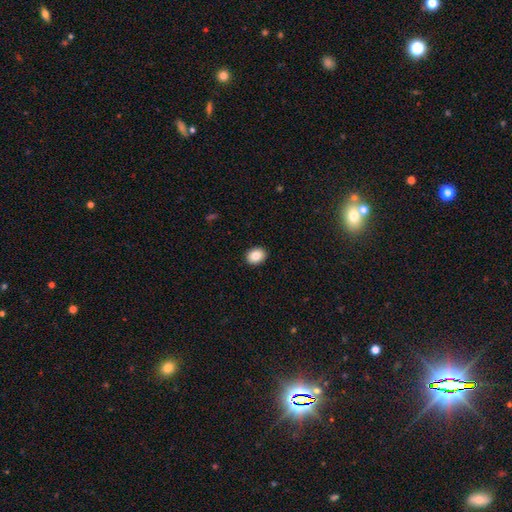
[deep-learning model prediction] Smooth or featured: smooth — 84% (star or artifact — 9%)
How rounded: in between — 53% (round — 46%)
Merging: none — 92% (minor disturbance — 6%)